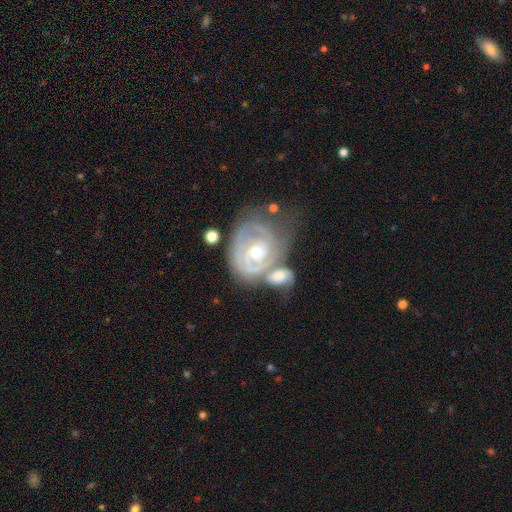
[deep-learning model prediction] Smooth or featured?
  - featured or disk: 82% *
  - smooth: 12%
  - star or artifact: 6%
Edge-on disk?
  - no: 97% *
  - yes: 3%
Bar?
  - no: 66% *
  - weak: 26%
  - strong: 8%
Spiral arms?
  - yes: 85% *
  - no: 15%
Spiral winding?
  - tight: 73% *
  - medium: 20%
  - loose: 6%
Spiral arm count?
  - can't tell: 41% *
  - 2: 34%
  - 3: 10%
  - 1: 8%
  - 4: 4%
  - more than 4: 3%
Bulge size?
  - moderate: 51% *
  - small: 46%
  - large: 2%
  - none: 1%
  - dominant: 1%
Merging?
  - merger: 39% *
  - none: 31%
  - minor disturbance: 17%
  - major disturbance: 13%